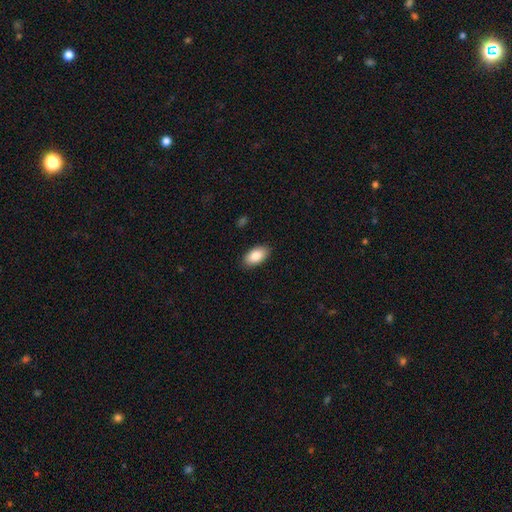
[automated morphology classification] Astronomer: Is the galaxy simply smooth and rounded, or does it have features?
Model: smooth — 85%.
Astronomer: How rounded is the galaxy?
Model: in between — 94%.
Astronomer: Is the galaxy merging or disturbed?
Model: none — 88%.